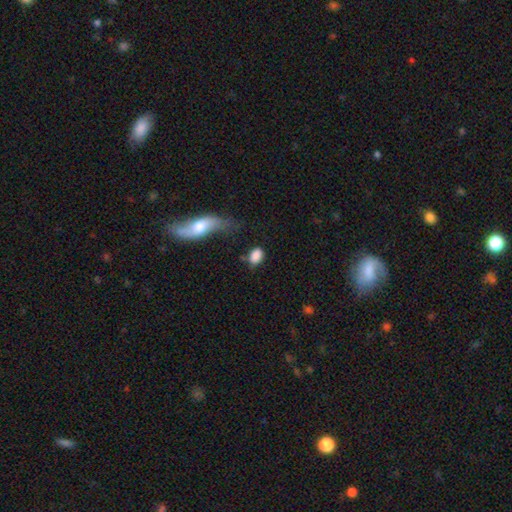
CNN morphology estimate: Q: Smooth or featured?
A: smooth (85%); runner-up: featured or disk (8%)
Q: How rounded?
A: in between (82%); runner-up: round (15%)
Q: Merging?
A: none (62%); runner-up: minor disturbance (21%)